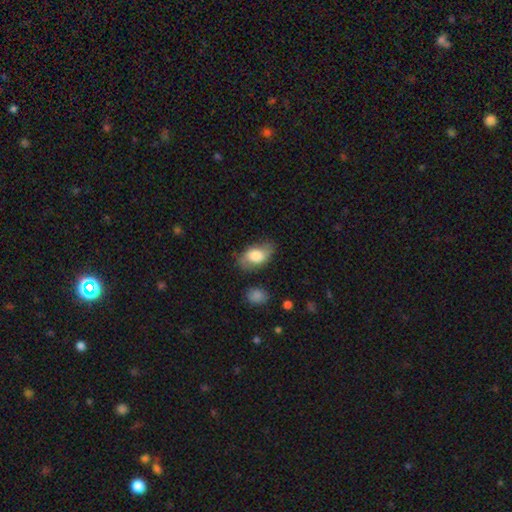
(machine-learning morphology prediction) Overall: smooth (64%; featured or disk 29%). How rounded: in between (90%). Merging: none (65%).